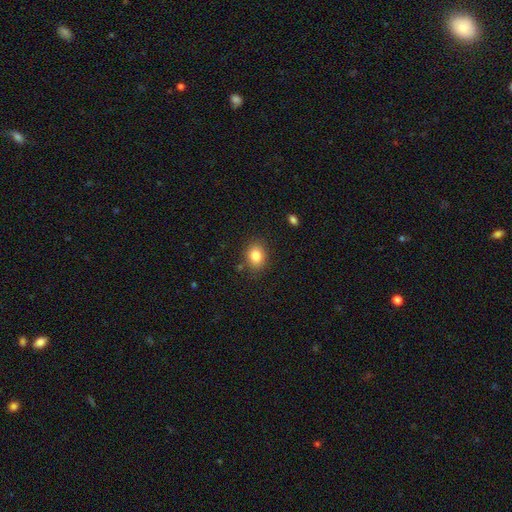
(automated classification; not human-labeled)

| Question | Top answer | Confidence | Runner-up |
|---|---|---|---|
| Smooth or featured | smooth | 84% | star or artifact (10%) |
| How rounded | in between | 54% | round (45%) |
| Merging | none | 84% | minor disturbance (11%) |